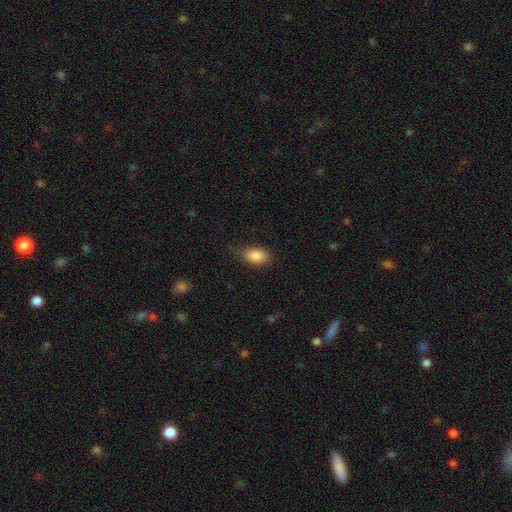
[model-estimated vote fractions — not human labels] smooth 86%, star or artifact 7%, featured or disk 6%. Down the decision tree: how rounded — in between (88%); merging — none (71%).